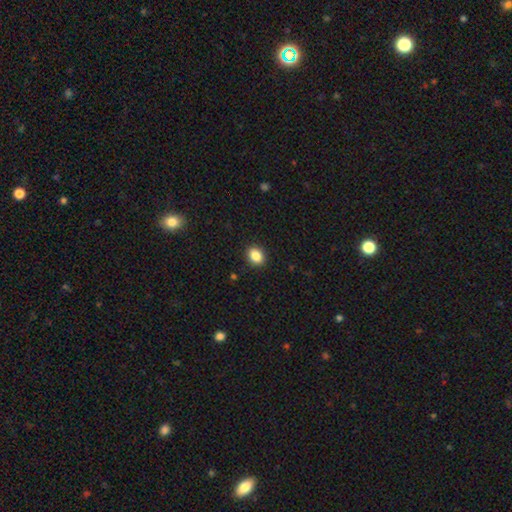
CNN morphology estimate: Q: Smooth or featured?
A: smooth (86%); runner-up: star or artifact (10%)
Q: How rounded?
A: in between (54%); runner-up: round (45%)
Q: Merging?
A: none (91%); runner-up: minor disturbance (7%)